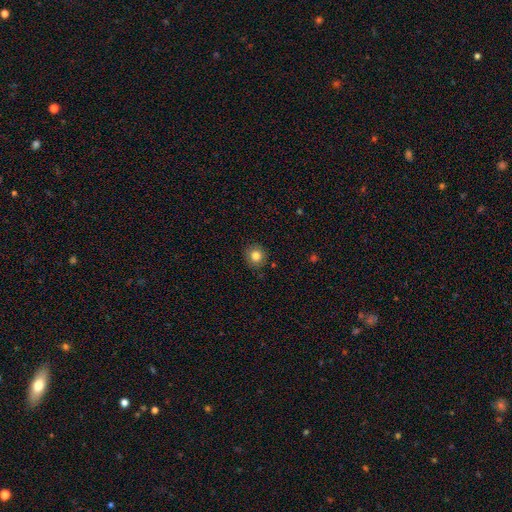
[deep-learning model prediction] Smooth or featured: smooth — 82% (star or artifact — 11%)
How rounded: round — 88% (in between — 11%)
Merging: none — 88% (minor disturbance — 8%)